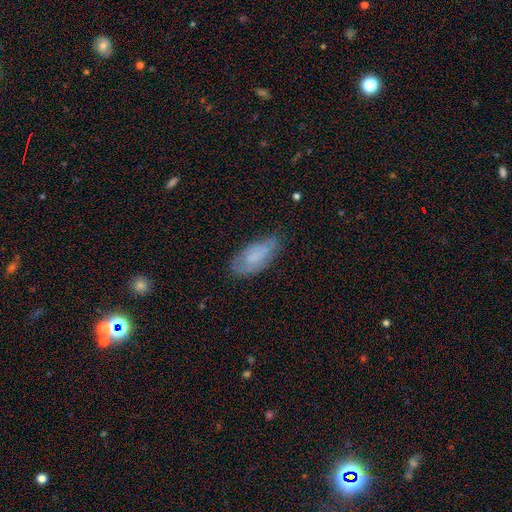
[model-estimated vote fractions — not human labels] A smooth galaxy with no disk features (64%) that is in between round and cigar-shaped (87%). Merging: none (61%).